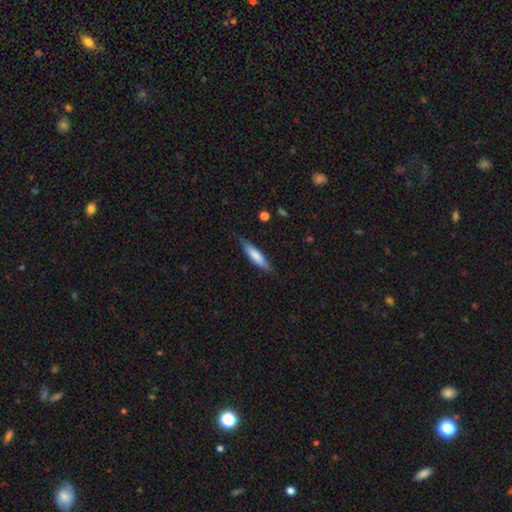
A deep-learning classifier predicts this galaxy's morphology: Overall: smooth (71%). How rounded: cigar-shaped (78%). Merging: none (79%).